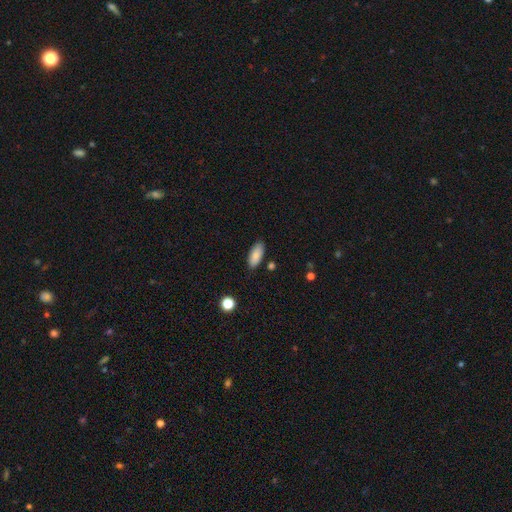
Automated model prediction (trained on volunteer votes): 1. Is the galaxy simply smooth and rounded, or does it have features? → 87% smooth, 7% star or artifact, 6% featured or disk.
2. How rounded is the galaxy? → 84% in between, 14% cigar-shaped, 2% round.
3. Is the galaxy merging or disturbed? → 85% none, 11% minor disturbance, 2% merger, 2% major disturbance.